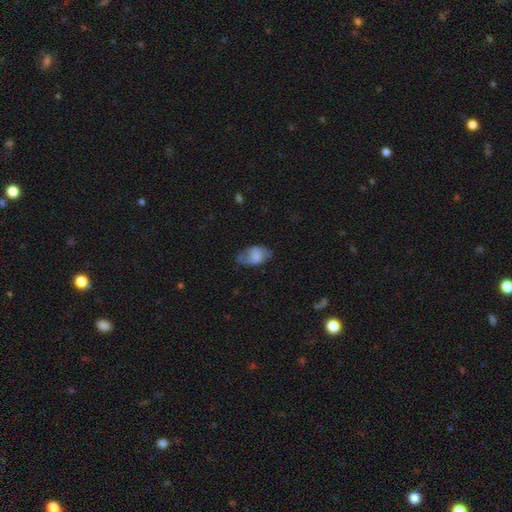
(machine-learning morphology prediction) A smooth galaxy with no disk features (61%) that is in between round and cigar-shaped (90%). Merging: none (59%).